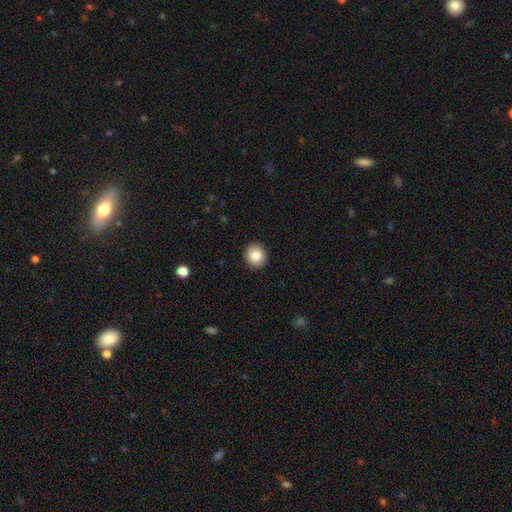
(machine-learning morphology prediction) Overall: smooth (84%). How rounded: round (91%). Merging: none (92%).